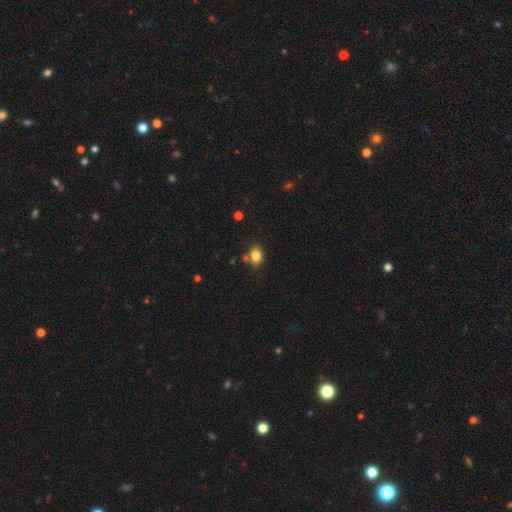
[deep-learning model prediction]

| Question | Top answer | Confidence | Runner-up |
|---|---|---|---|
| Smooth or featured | smooth | 83% | star or artifact (10%) |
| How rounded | in between | 74% | round (25%) |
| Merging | none | 73% | minor disturbance (15%) |